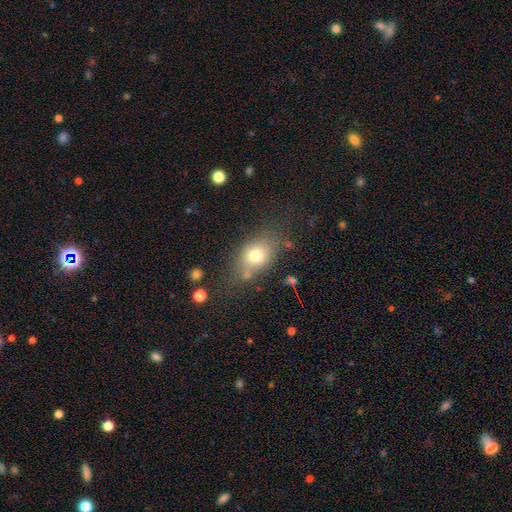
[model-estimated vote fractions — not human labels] This appears to be a smooth galaxy with no disk features (73%) that is in between round and cigar-shaped (66%). Merging: none (65%).